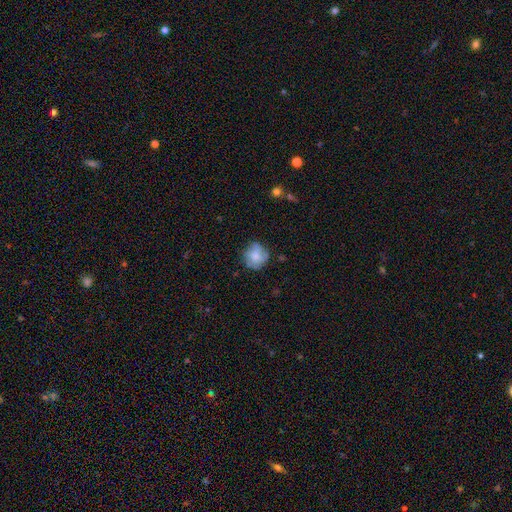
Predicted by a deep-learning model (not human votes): Smooth or featured: smooth — 62% (featured or disk — 30%)
How rounded: round — 83% (in between — 16%)
Merging: none — 66% (minor disturbance — 24%)